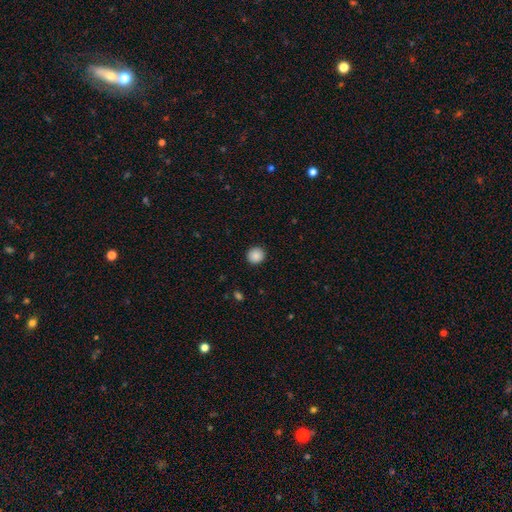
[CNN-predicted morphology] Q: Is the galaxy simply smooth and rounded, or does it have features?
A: smooth — 89%.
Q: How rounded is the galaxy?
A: round — 90%.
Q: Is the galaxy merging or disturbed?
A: none — 91%.